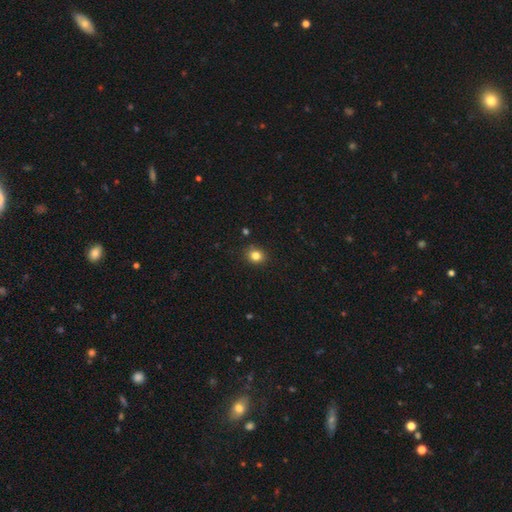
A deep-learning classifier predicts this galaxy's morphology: This appears to be a smooth galaxy with no disk features (82%) that is round (75%). Merging: none (88%).